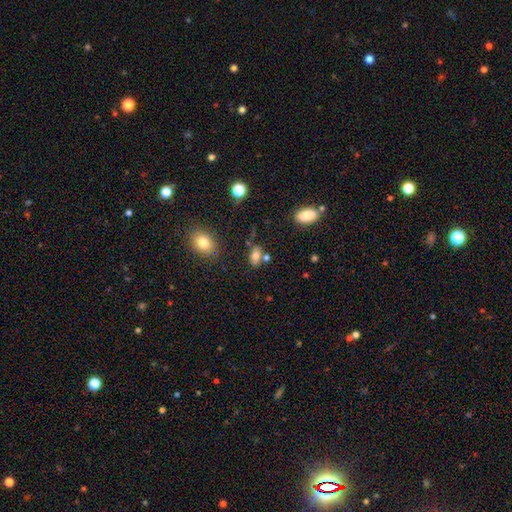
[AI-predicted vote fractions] Q: Smooth or featured?
A: smooth (73%); runner-up: featured or disk (15%)
Q: How rounded?
A: in between (83%); runner-up: round (13%)
Q: Merging?
A: none (61%); runner-up: merger (21%)